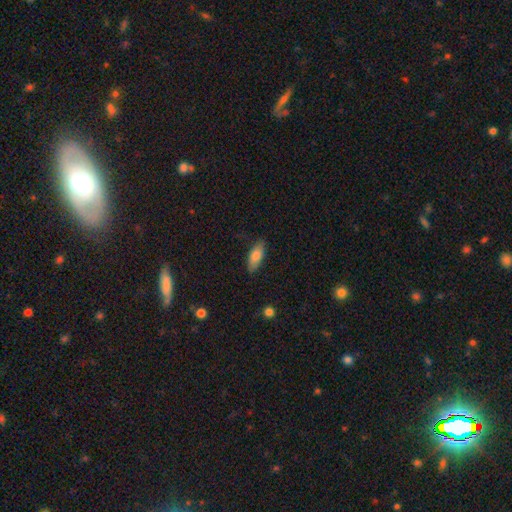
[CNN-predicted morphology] smooth 79%, featured or disk 15%, star or artifact 7%. Down the decision tree: how rounded — in between (75%); merging — none (81%).